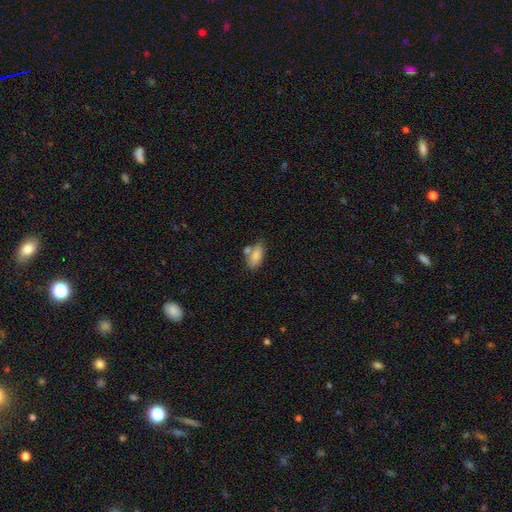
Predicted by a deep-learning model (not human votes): Overall: smooth (83%). How rounded: in between (85%). Merging: none (51%; merger 24%).